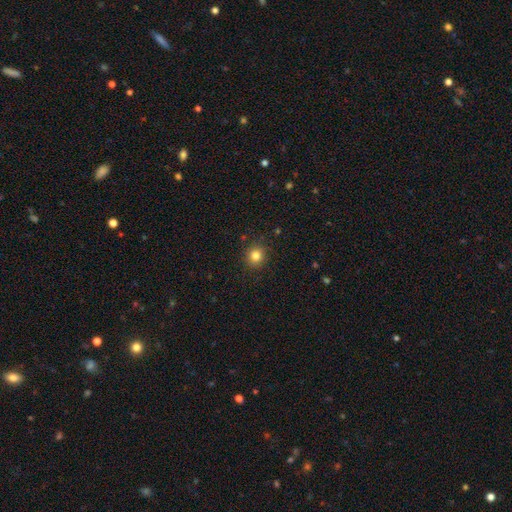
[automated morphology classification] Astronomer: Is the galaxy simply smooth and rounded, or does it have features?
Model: smooth — 83%.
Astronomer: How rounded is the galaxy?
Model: round — 89%.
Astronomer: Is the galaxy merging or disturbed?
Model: none — 89%.